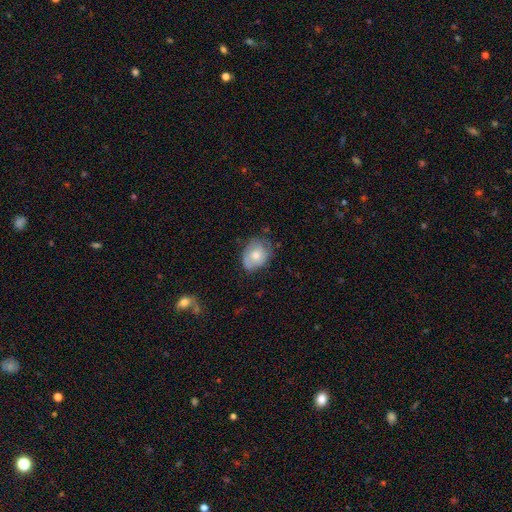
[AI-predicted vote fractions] A smooth galaxy with no disk features (59%) that is in between round and cigar-shaped (61%).

Vote fractions:
- Smooth or featured? smooth: 59% / featured or disk: 34% / star or artifact: 7%
- How rounded? in between: 61% / round: 38% / cigar-shaped: 1%
- Merging? none: 58% / minor disturbance: 31% / major disturbance: 9% / merger: 2%